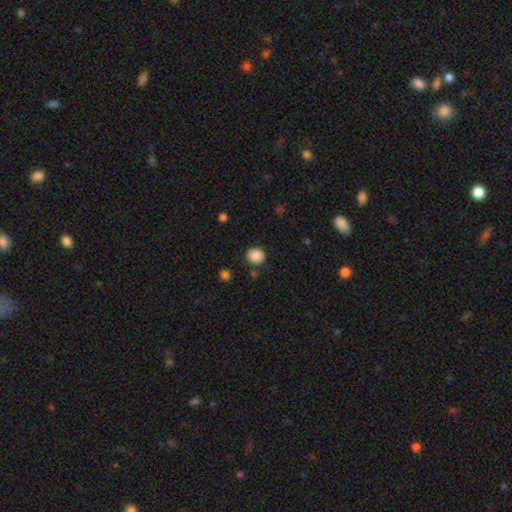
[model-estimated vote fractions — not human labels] The model was most divided on "how rounded": round: 82%, in between: 17%, cigar-shaped: 1%. More confident: smooth or featured — smooth (88%); merging — none (85%).